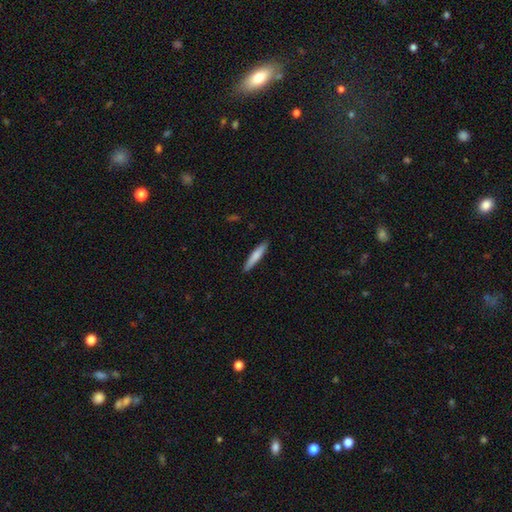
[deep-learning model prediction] smooth-or-featured: smooth: 74% | featured or disk: 20% | star or artifact: 5%
  how-rounded: cigar-shaped: 91% | in between: 8% | round: 1%
  merging: none: 90% | minor disturbance: 7% | major disturbance: 1% | merger: 1%